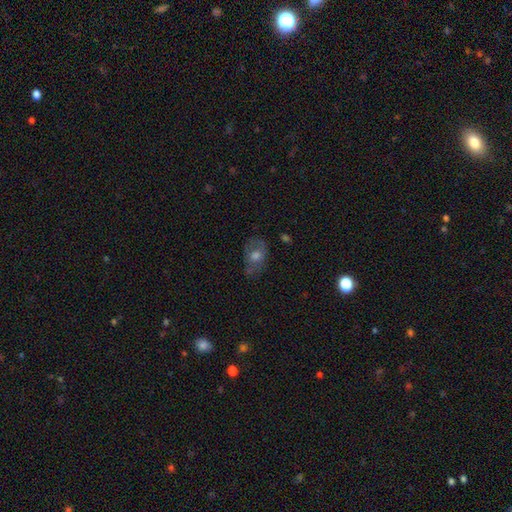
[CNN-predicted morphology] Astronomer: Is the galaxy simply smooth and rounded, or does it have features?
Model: smooth — 50% (runner-up: featured or disk, 36%).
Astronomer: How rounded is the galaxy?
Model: in between — 71%.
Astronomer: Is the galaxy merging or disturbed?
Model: none — 66%.